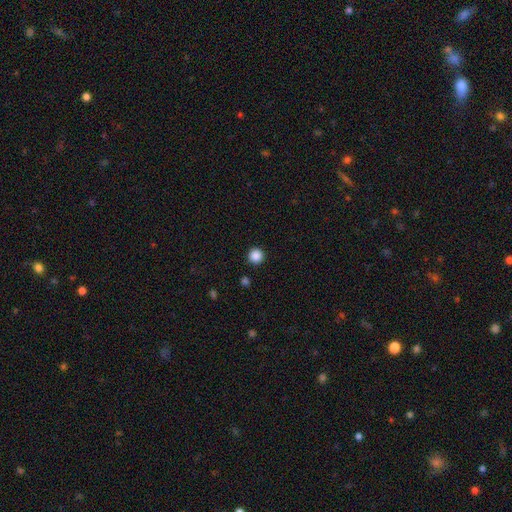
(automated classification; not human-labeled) Smooth or featured? Predicted: smooth (p=0.87). How rounded? Predicted: round (p=0.96). Merging? Predicted: none (p=0.92).